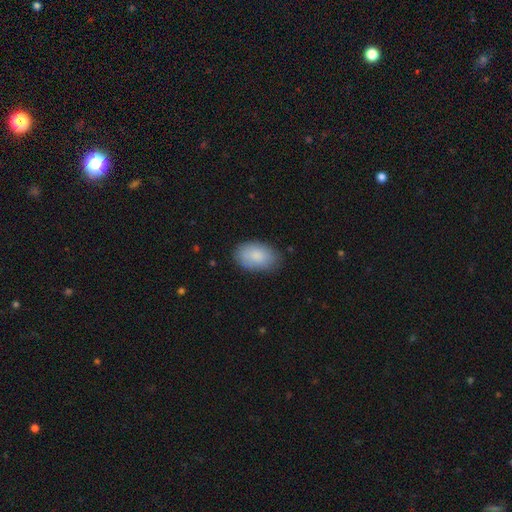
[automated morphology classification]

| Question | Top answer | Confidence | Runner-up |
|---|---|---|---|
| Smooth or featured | smooth | 85% | featured or disk (8%) |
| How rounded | in between | 91% | round (8%) |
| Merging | none | 79% | minor disturbance (16%) |